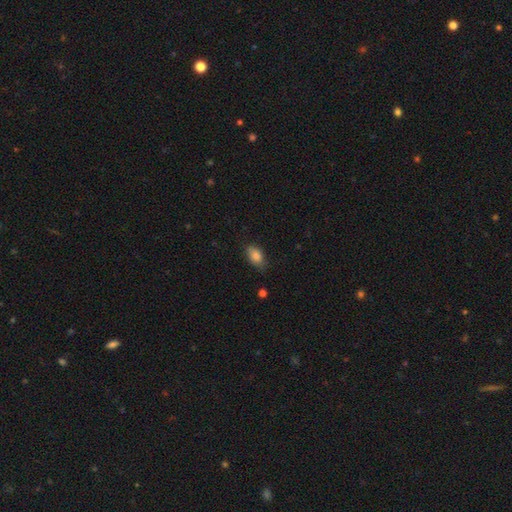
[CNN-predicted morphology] Smooth or featured?
  - smooth: 84% *
  - star or artifact: 8%
  - featured or disk: 8%
How rounded?
  - in between: 88% *
  - round: 9%
  - cigar-shaped: 3%
Merging?
  - none: 76% *
  - minor disturbance: 19%
  - major disturbance: 4%
  - merger: 1%